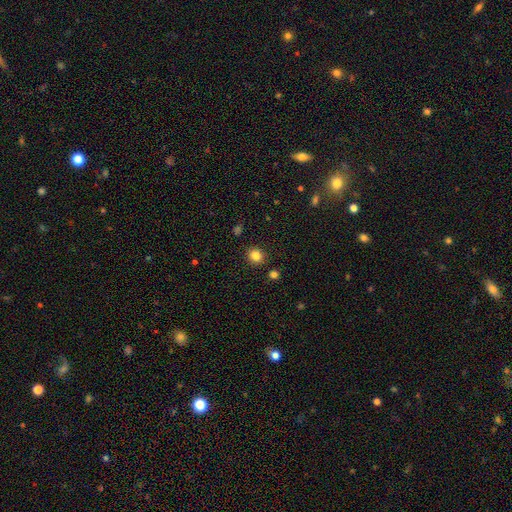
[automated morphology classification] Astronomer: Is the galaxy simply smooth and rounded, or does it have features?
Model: smooth — 83%.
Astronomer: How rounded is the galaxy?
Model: round — 86%.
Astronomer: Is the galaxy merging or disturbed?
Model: none — 89%.